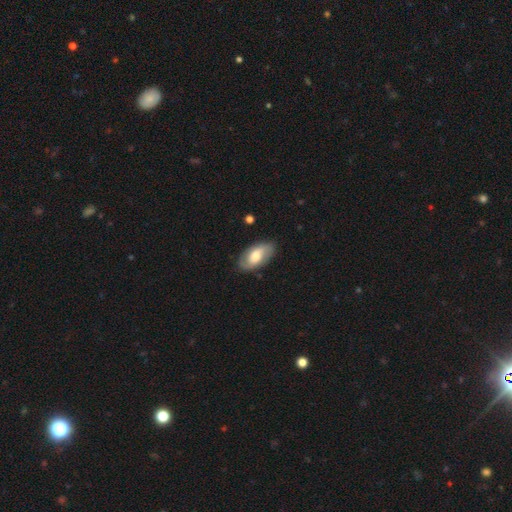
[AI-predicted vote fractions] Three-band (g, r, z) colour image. It shows a featured or disk galaxy (48%). Merging: none (82%).